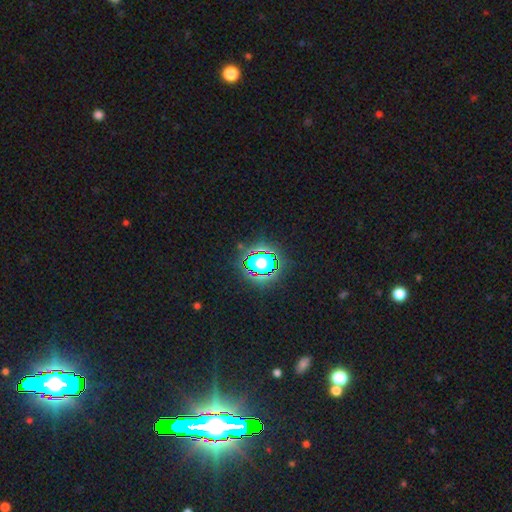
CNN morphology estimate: Q: Smooth or featured?
A: star or artifact (81%); runner-up: smooth (12%)